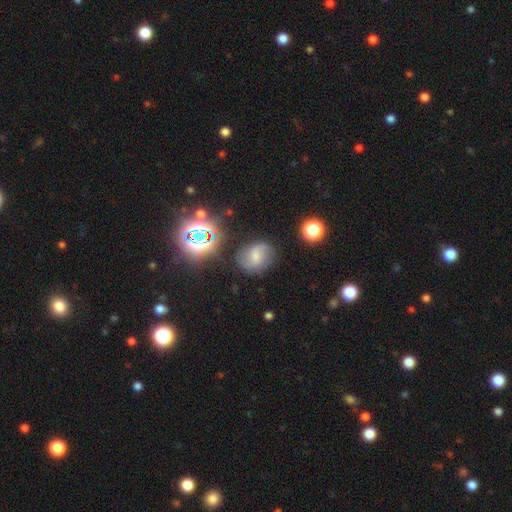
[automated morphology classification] Smooth or featured?
  - smooth: 45% *
  - featured or disk: 38%
  - star or artifact: 16%
Merging?
  - none: 69% *
  - minor disturbance: 20%
  - major disturbance: 8%
  - merger: 3%